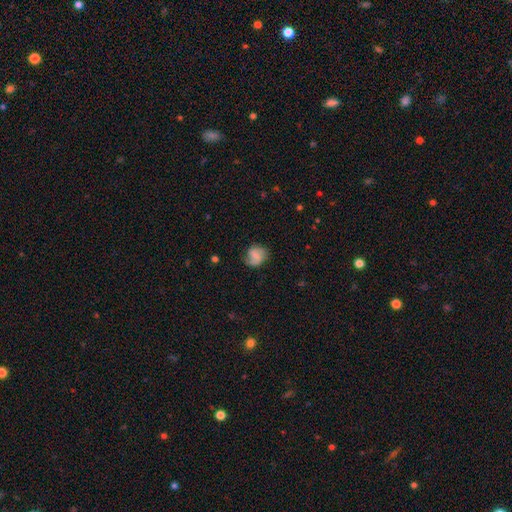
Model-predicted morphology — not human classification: The model was most divided on "smooth or featured": smooth: 47%, featured or disk: 44%, star or artifact: 9%. More confident: merging — none (67%).